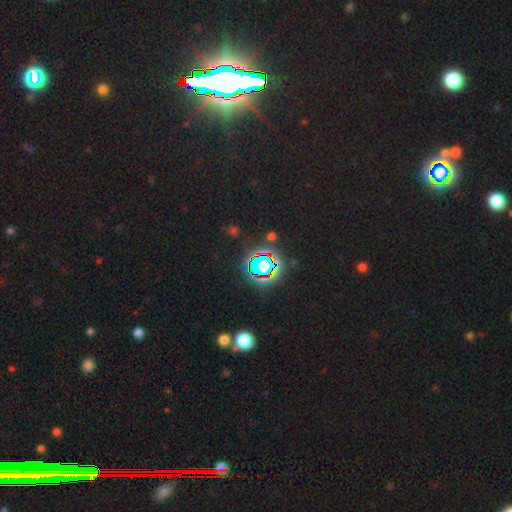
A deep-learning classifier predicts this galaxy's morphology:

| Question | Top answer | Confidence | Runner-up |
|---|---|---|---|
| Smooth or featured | star or artifact | 82% | smooth (11%) |